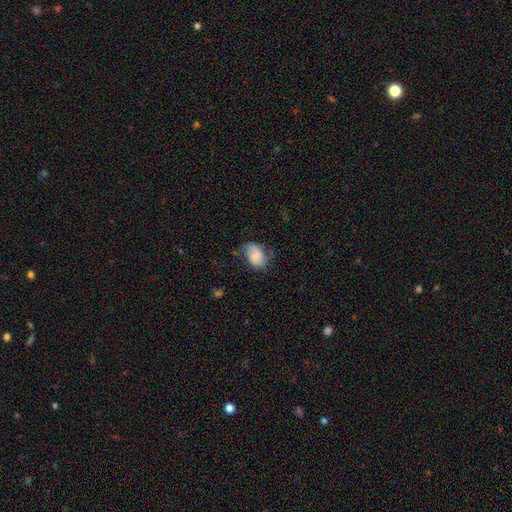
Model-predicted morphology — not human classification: Smooth or featured: smooth — 54% (featured or disk — 38%)
How rounded: in between — 79% (round — 20%)
Merging: none — 50% (minor disturbance — 31%)